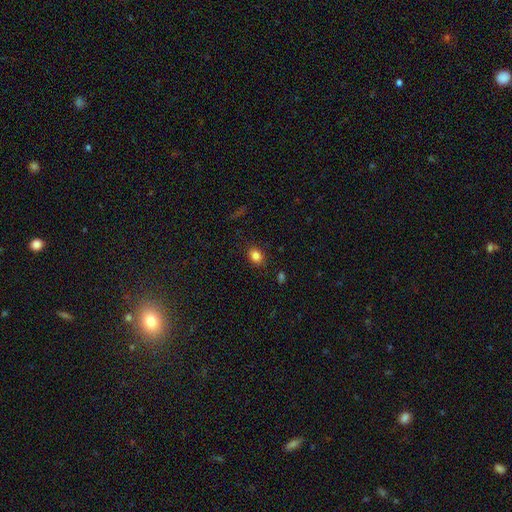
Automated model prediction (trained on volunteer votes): Smooth or featured: smooth — 83% (star or artifact — 11%)
How rounded: in between — 61% (round — 38%)
Merging: none — 86% (minor disturbance — 10%)